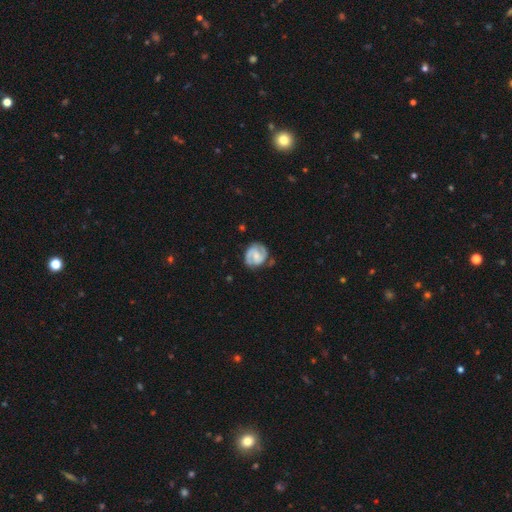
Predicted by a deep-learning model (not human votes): This is likely a featured or disk galaxy (79%). It is clearly not viewed edge-on (98%). Bar: possibly weak (48%). Spiral arm pattern: clearly yes (95%). Spiral arm count: clearly 2 (85%). Spiral winding: marginally medium (45%). Central bulge: possibly small (45%). Merging: likely none (74%).